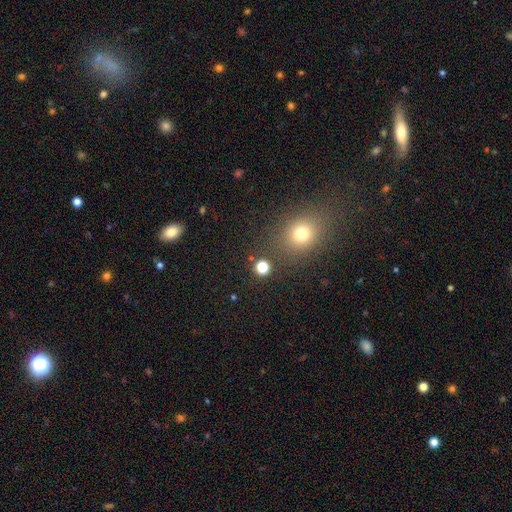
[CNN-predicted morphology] The model was most divided on "how rounded": round: 58%, in between: 40%, cigar-shaped: 3%. More confident: merging — none (81%); smooth or featured — smooth (58%).